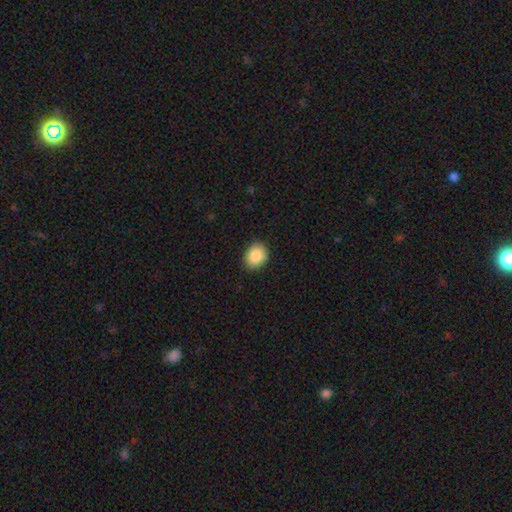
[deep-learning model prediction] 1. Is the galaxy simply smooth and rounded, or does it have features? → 87% smooth, 8% star or artifact, 6% featured or disk.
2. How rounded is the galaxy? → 50% in between, 49% round, 1% cigar-shaped.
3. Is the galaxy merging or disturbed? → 88% none, 9% minor disturbance, 2% major disturbance, 1% merger.